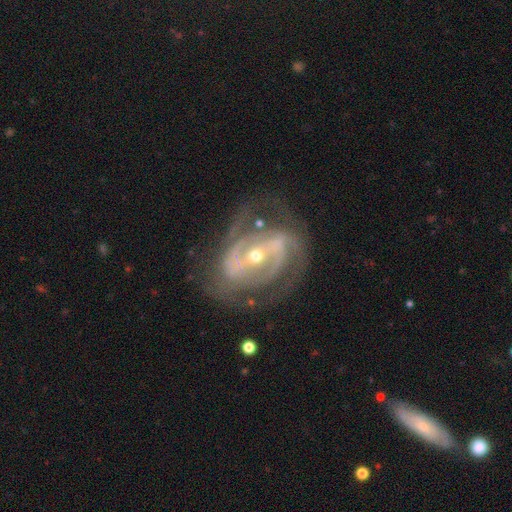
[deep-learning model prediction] This appears to be a featured or disk galaxy (90%) with a strong bar (49%), 2 (55%) tight (44%) spiral arms (95%) and a small central bulge (55%). Merging: none (67%).